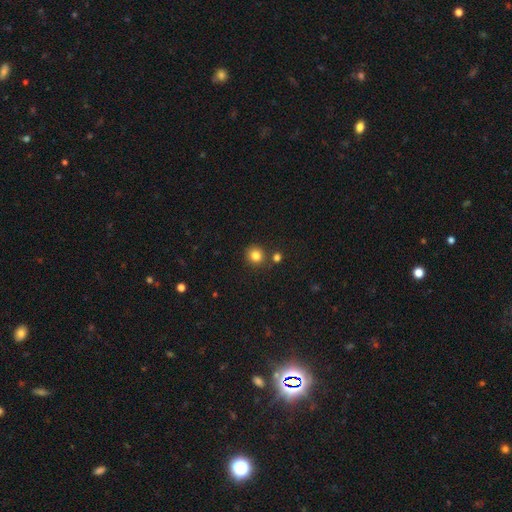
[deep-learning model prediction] The model was most divided on "smooth or featured": smooth: 82%, star or artifact: 12%, featured or disk: 5%. More confident: how rounded — round (90%); merging — none (81%).